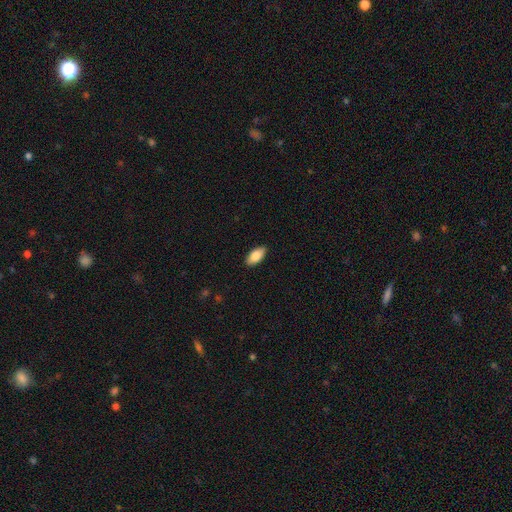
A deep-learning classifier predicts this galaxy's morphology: Smooth or featured?
  - smooth: 85% *
  - featured or disk: 9%
  - star or artifact: 6%
How rounded?
  - in between: 92% *
  - cigar-shaped: 6%
  - round: 2%
Merging?
  - none: 89% *
  - minor disturbance: 8%
  - major disturbance: 2%
  - merger: 1%